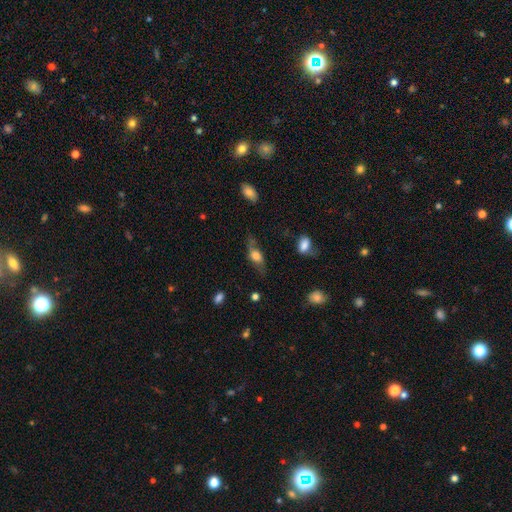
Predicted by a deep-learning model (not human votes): Smooth or featured?
  - smooth: 53% *
  - featured or disk: 38%
  - star or artifact: 9%
How rounded?
  - in between: 72% *
  - cigar-shaped: 19%
  - round: 9%
Merging?
  - none: 61% *
  - minor disturbance: 24%
  - major disturbance: 12%
  - merger: 3%